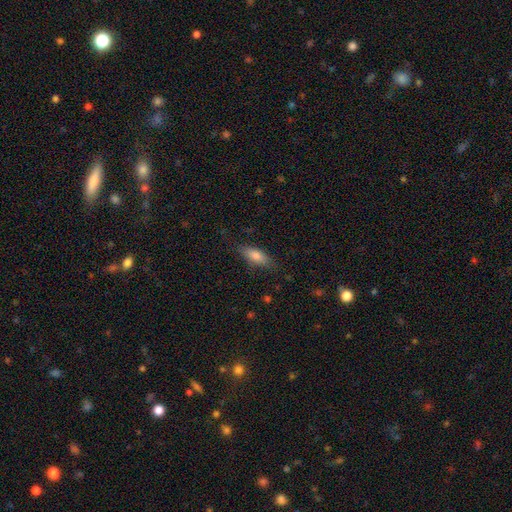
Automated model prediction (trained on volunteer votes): This appears to be a smooth galaxy with no disk features (75%) that is in between round and cigar-shaped (66%). Merging: none (79%).